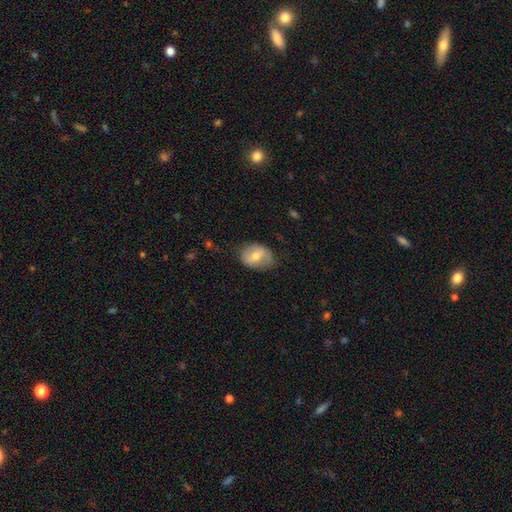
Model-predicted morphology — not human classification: This appears to be a smooth galaxy with no disk features (60%) that is in between round and cigar-shaped (70%). Merging: none (74%).